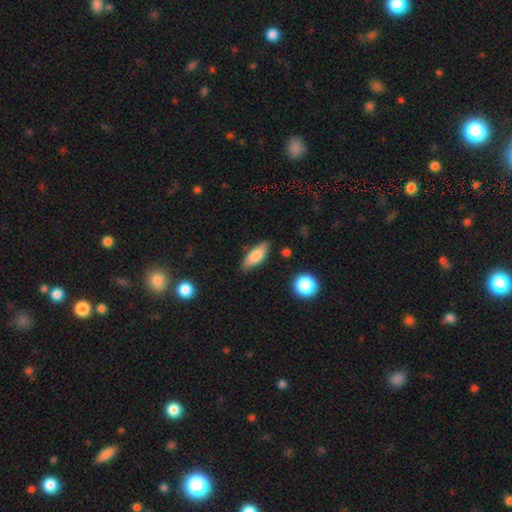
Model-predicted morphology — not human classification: The model was most divided on "how rounded": in between: 68%, cigar-shaped: 29%, round: 3%. More confident: merging — none (82%); smooth or featured — smooth (76%).